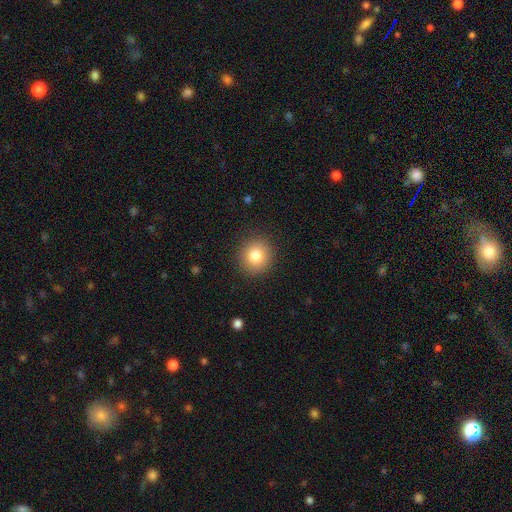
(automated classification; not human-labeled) Smooth or featured?
  - smooth: 82% *
  - star or artifact: 10%
  - featured or disk: 8%
How rounded?
  - round: 90% *
  - in between: 9%
  - cigar-shaped: 1%
Merging?
  - none: 90% *
  - minor disturbance: 6%
  - major disturbance: 2%
  - merger: 1%